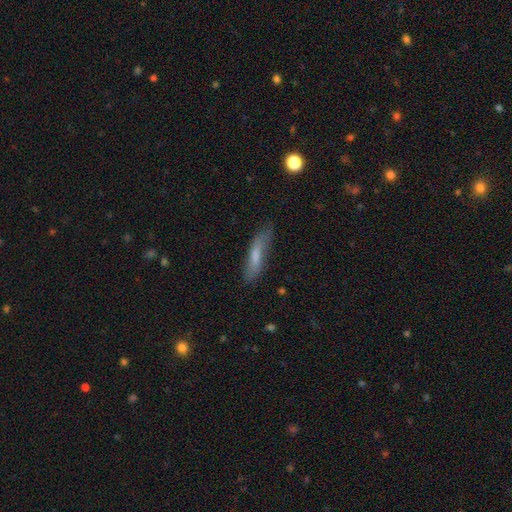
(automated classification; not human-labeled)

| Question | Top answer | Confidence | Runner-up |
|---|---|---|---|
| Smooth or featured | smooth | 61% | featured or disk (31%) |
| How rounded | cigar-shaped | 74% | in between (24%) |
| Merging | none | 67% | minor disturbance (24%) |